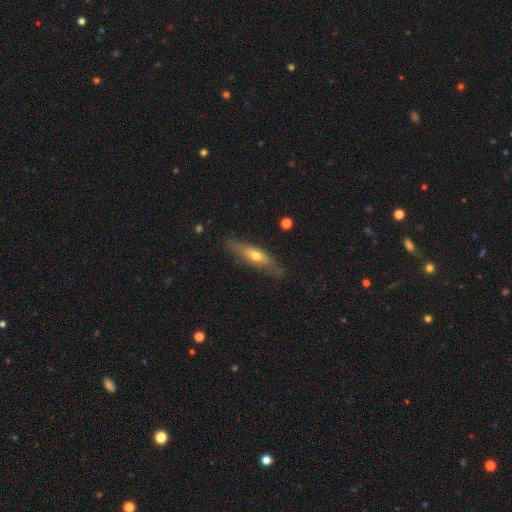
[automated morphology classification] A smooth galaxy with no disk features (49%). Merging: none (79%).